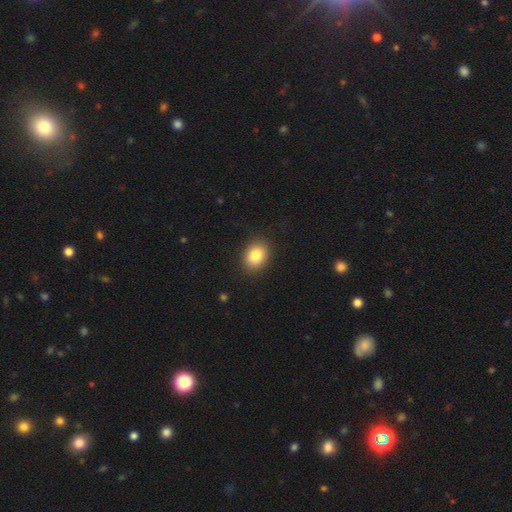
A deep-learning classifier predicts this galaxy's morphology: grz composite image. It shows a smooth galaxy with no disk features (83%) that is in between round and cigar-shaped (50%). Merging: none (86%).